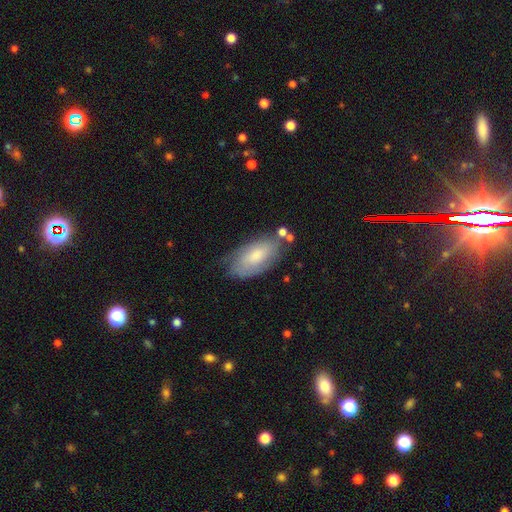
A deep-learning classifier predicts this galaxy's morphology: Overall: smooth (63%; featured or disk 30%). How rounded: in between (91%). Merging: none (64%; minor disturbance 24%).